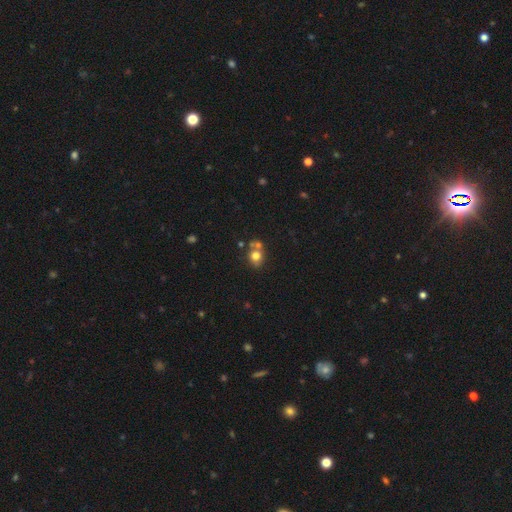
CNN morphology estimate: This is likely a smooth galaxy (75%). How rounded: likely round (70%). Merging: possibly none (52%).